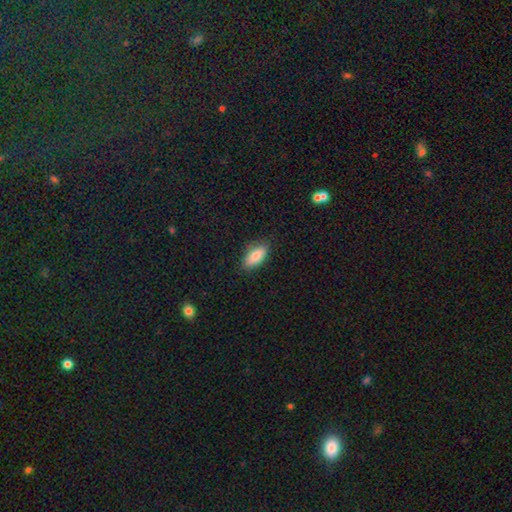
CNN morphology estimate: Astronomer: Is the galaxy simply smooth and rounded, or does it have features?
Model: smooth — 81%.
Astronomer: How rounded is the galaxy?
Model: in between — 87%.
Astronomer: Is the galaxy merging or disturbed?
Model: none — 81%.